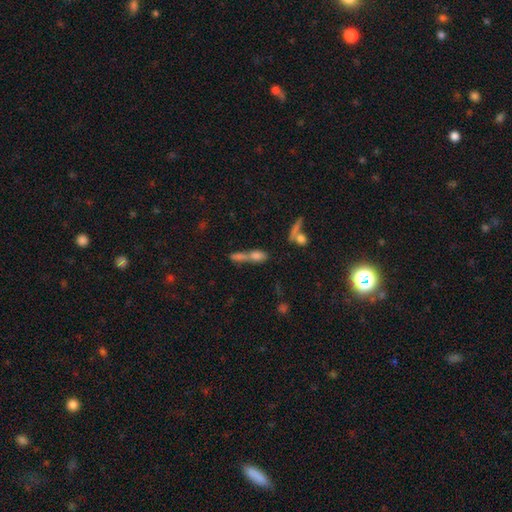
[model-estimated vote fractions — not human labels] A smooth galaxy with no disk features (62%) that is in between round and cigar-shaped (48%).

Vote fractions:
- Smooth or featured? smooth: 62% / featured or disk: 22% / star or artifact: 16%
- How rounded? in between: 48% / cigar-shaped: 41% / round: 11%
- Merging? merger: 57% / none: 28% / minor disturbance: 8% / major disturbance: 7%